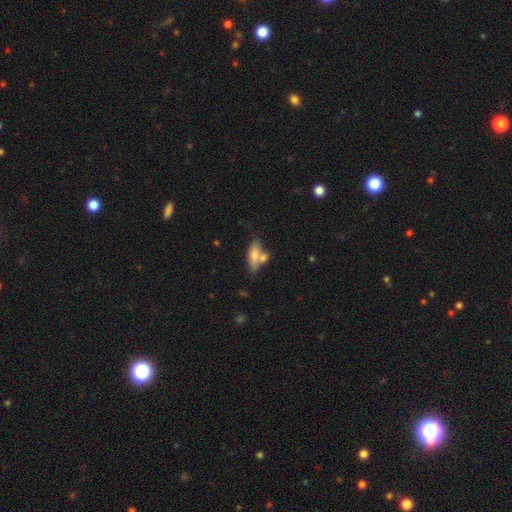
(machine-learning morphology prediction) This is likely a smooth galaxy (70%). How rounded: likely in between (67%). Merging: possibly none (47%).